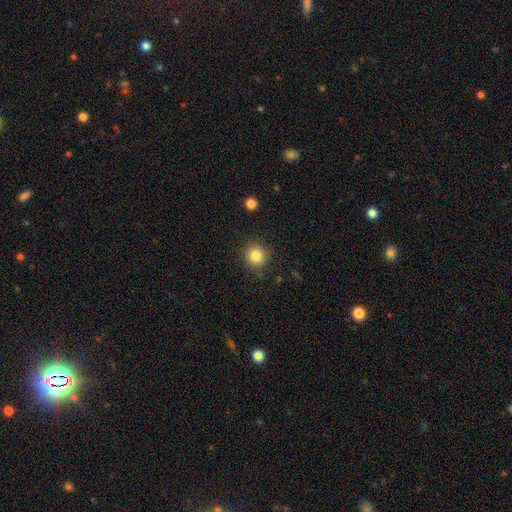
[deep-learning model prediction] Smooth or featured?
  - smooth: 84% *
  - star or artifact: 11%
  - featured or disk: 6%
How rounded?
  - round: 92% *
  - in between: 7%
  - cigar-shaped: 1%
Merging?
  - none: 88% *
  - minor disturbance: 8%
  - major disturbance: 3%
  - merger: 2%